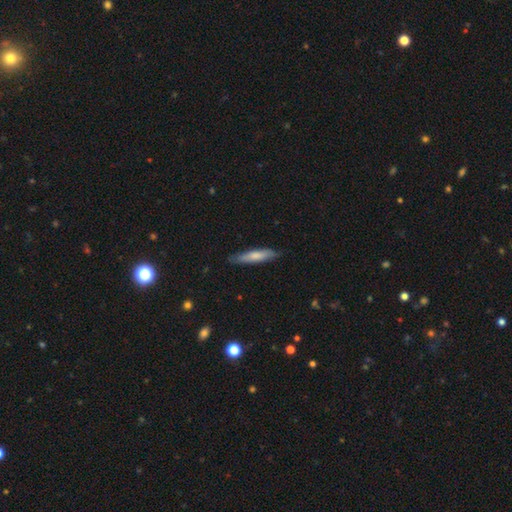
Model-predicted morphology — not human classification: This appears to be a smooth galaxy with no disk features (69%) that is cigar-shaped (84%). Merging: none (84%).